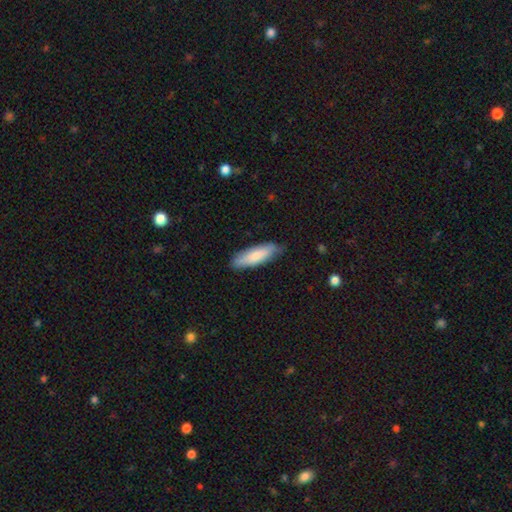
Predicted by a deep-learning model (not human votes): The model was most divided on "how rounded": cigar-shaped: 54%, in between: 45%, round: 2%. More confident: merging — none (81%); smooth or featured — smooth (75%).